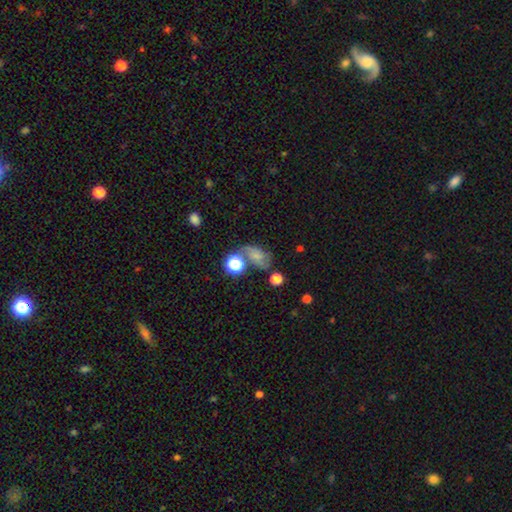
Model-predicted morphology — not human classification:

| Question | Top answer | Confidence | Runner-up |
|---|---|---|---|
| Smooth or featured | smooth | 48% | featured or disk (35%) |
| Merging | none | 46% | minor disturbance (22%) |